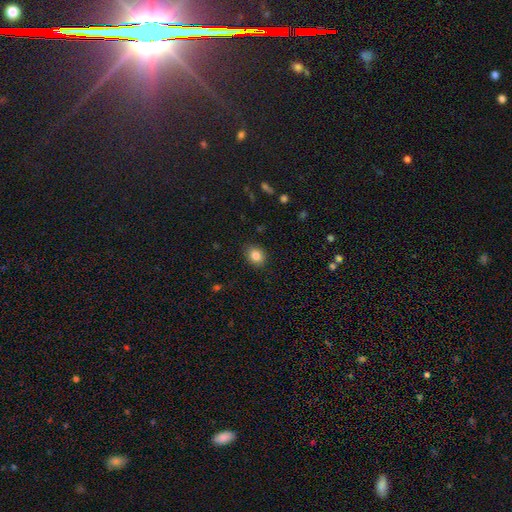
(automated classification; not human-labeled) Q: Smooth or featured?
A: smooth (84%); runner-up: star or artifact (10%)
Q: How rounded?
A: round (57%); runner-up: in between (42%)
Q: Merging?
A: none (88%); runner-up: minor disturbance (9%)